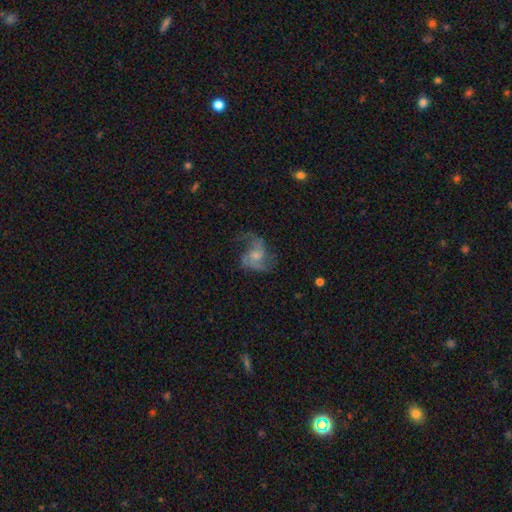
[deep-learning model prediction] This is likely a featured or disk galaxy (76%). It is clearly not viewed edge-on (98%). Bar: likely no (60%). Spiral arm pattern: clearly yes (90%). Spiral arm count: likely 2 (69%). Spiral winding: possibly loose (50%). Central bulge: marginally small (43%). Merging: possibly none (51%).